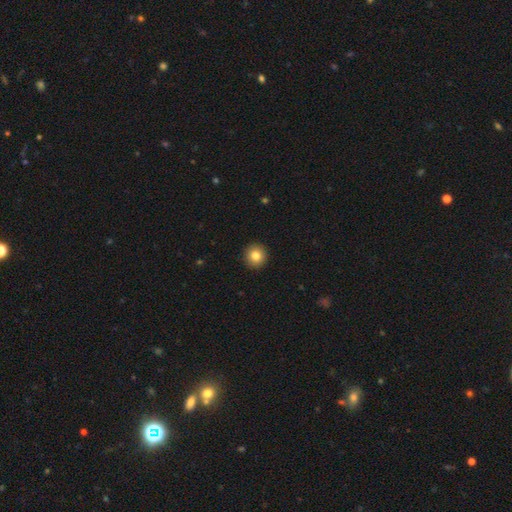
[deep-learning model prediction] A smooth galaxy with no disk features (82%) that is round (94%).

Vote fractions:
- Smooth or featured? smooth: 82% / star or artifact: 10% / featured or disk: 8%
- How rounded? round: 94% / in between: 5% / cigar-shaped: 1%
- Merging? none: 93% / minor disturbance: 4% / major disturbance: 1% / merger: 1%